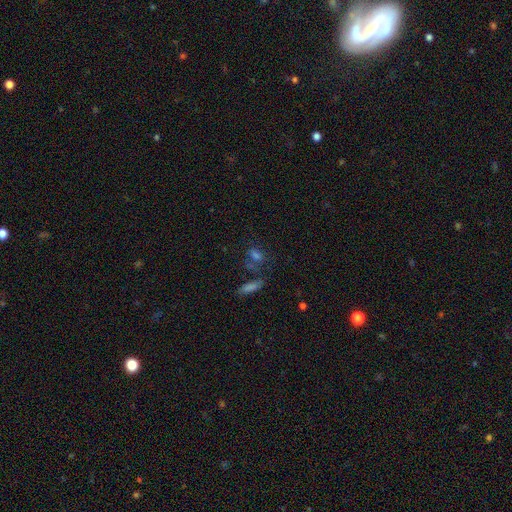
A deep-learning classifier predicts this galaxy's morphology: A smooth galaxy with no disk features (53%) that is in between round and cigar-shaped (65%).

Vote fractions:
- Smooth or featured? smooth: 53% / star or artifact: 29% / featured or disk: 18%
- How rounded? in between: 65% / round: 22% / cigar-shaped: 12%
- Merging? none: 54% / merger: 23% / minor disturbance: 15% / major disturbance: 9%